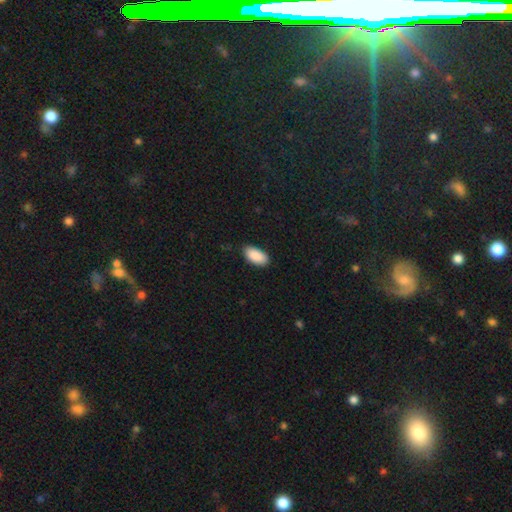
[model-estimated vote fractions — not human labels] smooth-or-featured: smooth: 91% | star or artifact: 6% | featured or disk: 3%
  how-rounded: in between: 95% | cigar-shaped: 3% | round: 2%
  merging: none: 86% | minor disturbance: 11% | major disturbance: 2% | merger: 1%